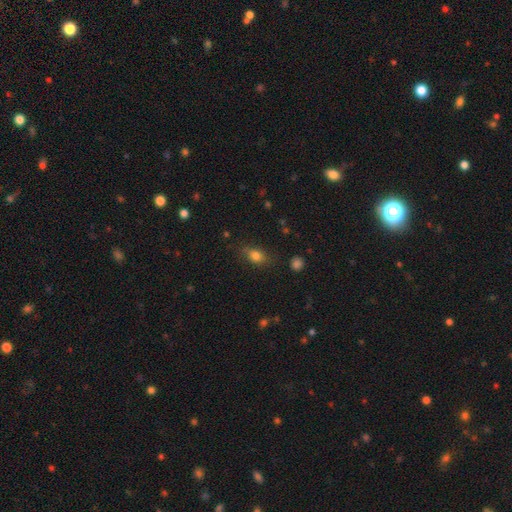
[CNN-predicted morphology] type=smooth (79%); roundness=in between (68%); merging=none (72%).